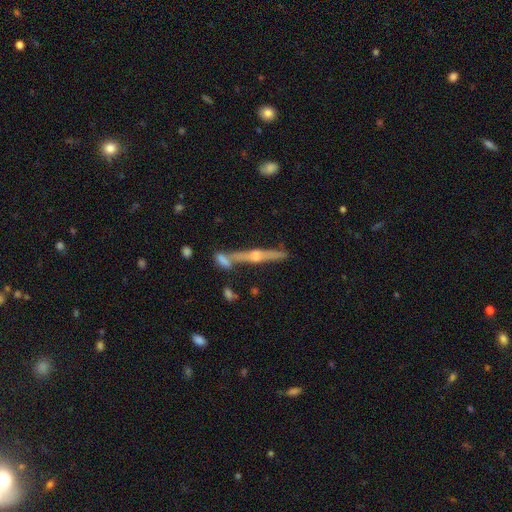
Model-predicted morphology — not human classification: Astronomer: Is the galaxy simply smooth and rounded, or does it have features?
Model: featured or disk — 79%.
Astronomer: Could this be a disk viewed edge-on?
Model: yes — 95%.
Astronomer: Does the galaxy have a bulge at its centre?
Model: rounded — 90%.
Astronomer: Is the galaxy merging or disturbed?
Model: none — 68%.